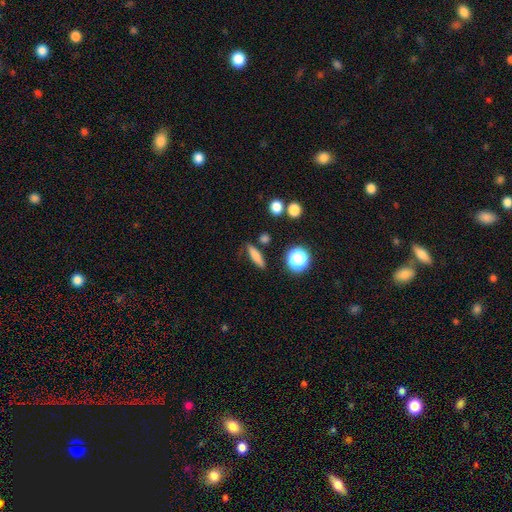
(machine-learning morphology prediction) smooth-or-featured: smooth: 75% | featured or disk: 14% | star or artifact: 11%
  how-rounded: cigar-shaped: 71% | in between: 20% | round: 9%
  merging: none: 82% | minor disturbance: 11% | merger: 3% | major disturbance: 3%